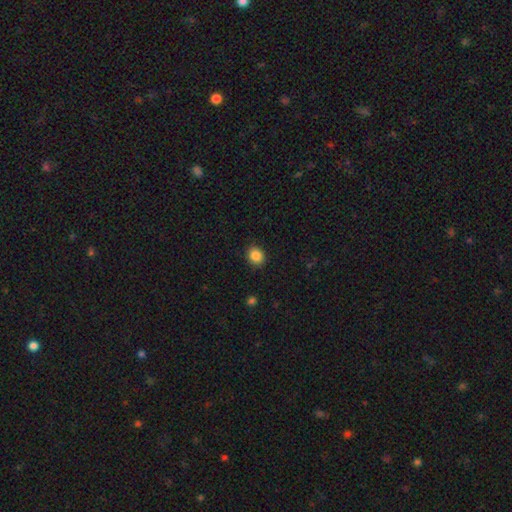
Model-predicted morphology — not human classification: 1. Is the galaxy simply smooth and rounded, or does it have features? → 87% smooth, 10% star or artifact, 4% featured or disk.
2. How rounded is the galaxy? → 60% round, 39% in between, 1% cigar-shaped.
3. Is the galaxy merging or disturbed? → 89% none, 7% minor disturbance, 2% major disturbance, 1% merger.